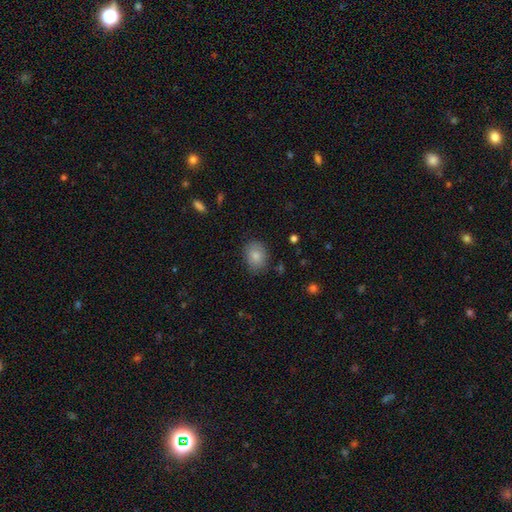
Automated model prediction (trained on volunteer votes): Smooth or featured? smooth (83%)
How rounded? in between (61%)
Merging? none (80%)